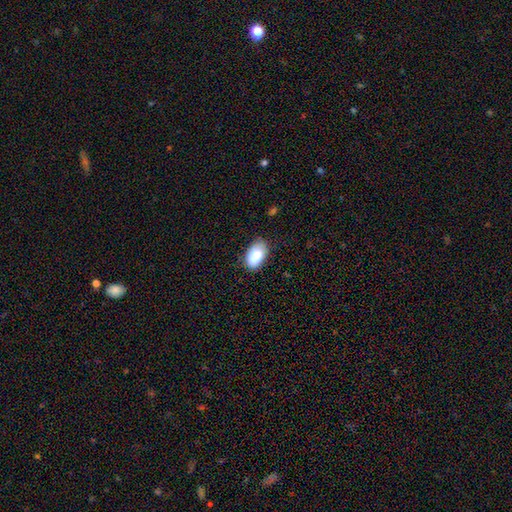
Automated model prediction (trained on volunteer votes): A smooth galaxy with no disk features (86%) that is in between round and cigar-shaped (94%). Merging: none (79%).